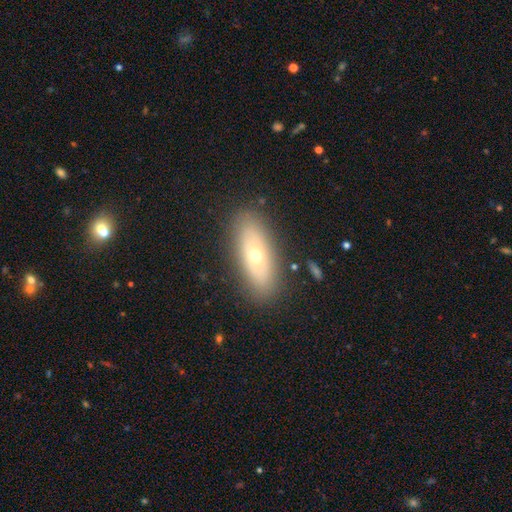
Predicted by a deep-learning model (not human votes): Smooth or featured? smooth (54%)
How rounded? in between (69%)
Merging? none (86%)